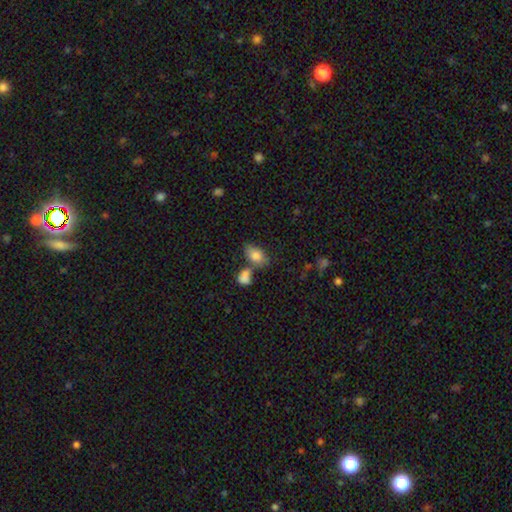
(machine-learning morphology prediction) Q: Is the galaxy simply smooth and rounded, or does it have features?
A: smooth — 82%.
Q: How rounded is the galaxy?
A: in between — 88%.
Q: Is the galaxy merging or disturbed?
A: none — 45%.